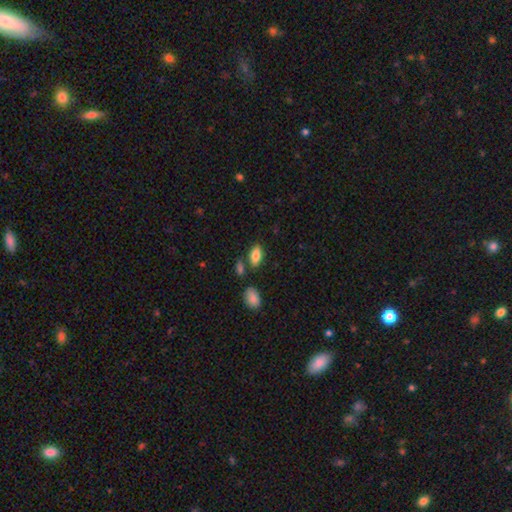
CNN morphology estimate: A smooth galaxy with no disk features (83%) that is in between round and cigar-shaped (90%). Merging: none (75%).